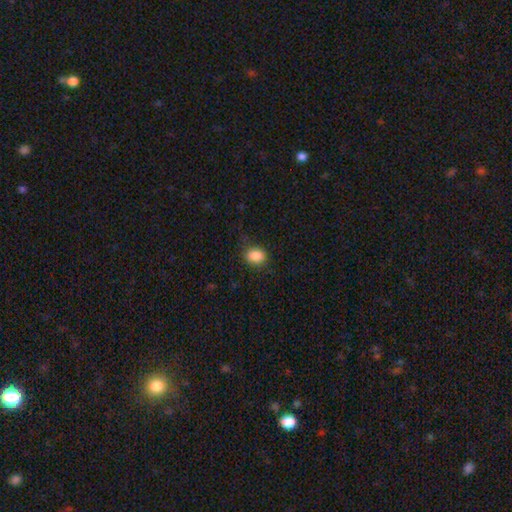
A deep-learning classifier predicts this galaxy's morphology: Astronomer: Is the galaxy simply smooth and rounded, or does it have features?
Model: smooth — 87%.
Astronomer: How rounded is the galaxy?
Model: in between — 63%.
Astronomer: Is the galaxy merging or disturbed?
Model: none — 78%.